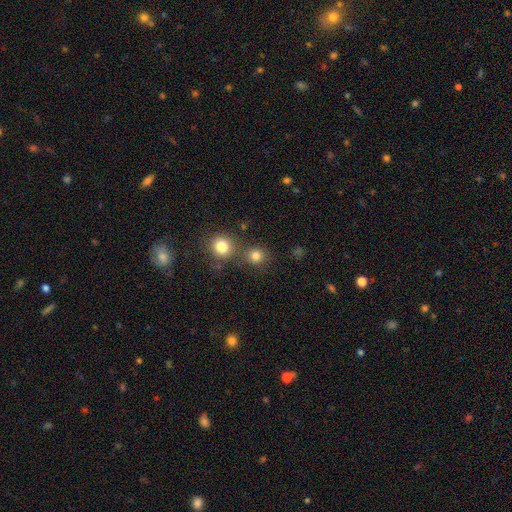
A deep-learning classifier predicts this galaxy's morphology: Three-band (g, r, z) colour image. It shows a smooth galaxy with no disk features (81%) that is round (89%). Merging: none (70%).